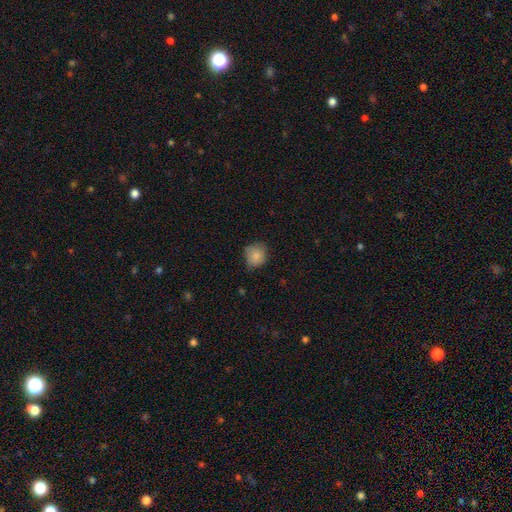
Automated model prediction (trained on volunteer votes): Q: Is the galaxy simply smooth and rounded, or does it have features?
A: smooth — 85%.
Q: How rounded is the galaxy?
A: round — 83%.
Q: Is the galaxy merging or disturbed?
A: none — 64%.